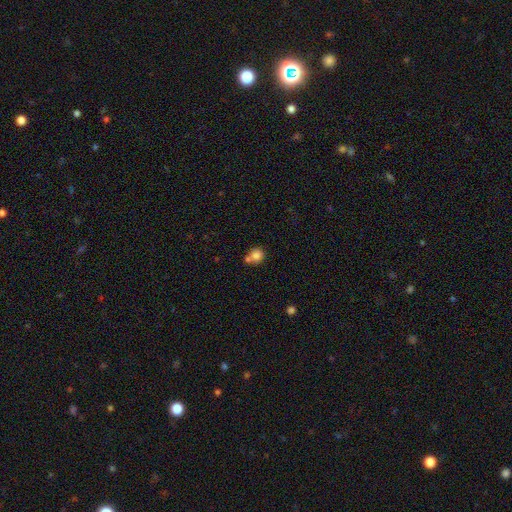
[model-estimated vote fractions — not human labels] Smooth or featured: smooth — 81% (star or artifact — 11%)
How rounded: round — 85% (in between — 14%)
Merging: none — 53% (merger — 33%)